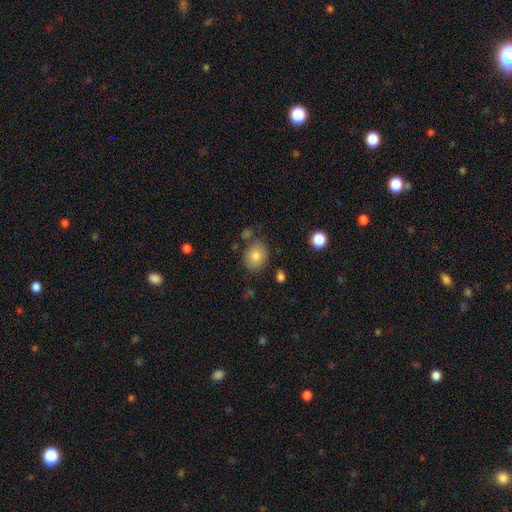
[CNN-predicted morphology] Smooth or featured?
  - smooth: 80% *
  - featured or disk: 10%
  - star or artifact: 9%
How rounded?
  - in between: 56% *
  - round: 43%
  - cigar-shaped: 1%
Merging?
  - none: 76% *
  - minor disturbance: 14%
  - merger: 6%
  - major disturbance: 4%